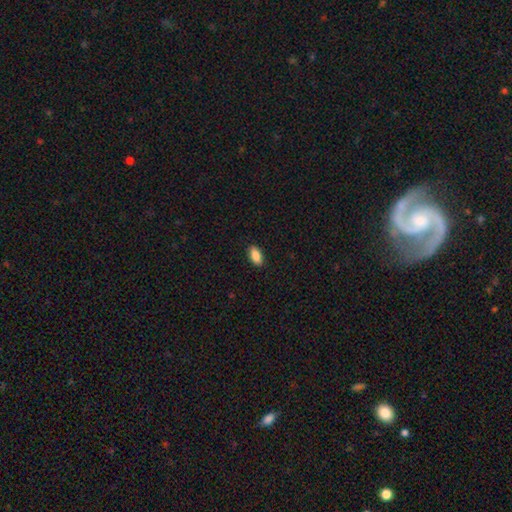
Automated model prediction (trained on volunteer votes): Smooth or featured?
  - smooth: 87% *
  - star or artifact: 7%
  - featured or disk: 6%
How rounded?
  - in between: 92% *
  - cigar-shaped: 5%
  - round: 3%
Merging?
  - none: 90% *
  - minor disturbance: 8%
  - major disturbance: 2%
  - merger: 1%